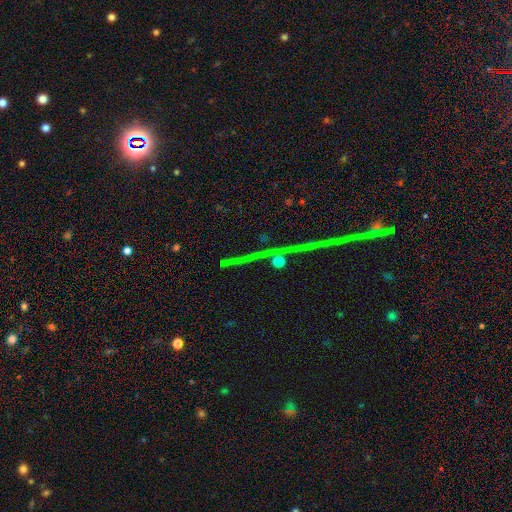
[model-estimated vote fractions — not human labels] The model was most divided on "smooth or featured": star or artifact: 71%, featured or disk: 18%, smooth: 11%.